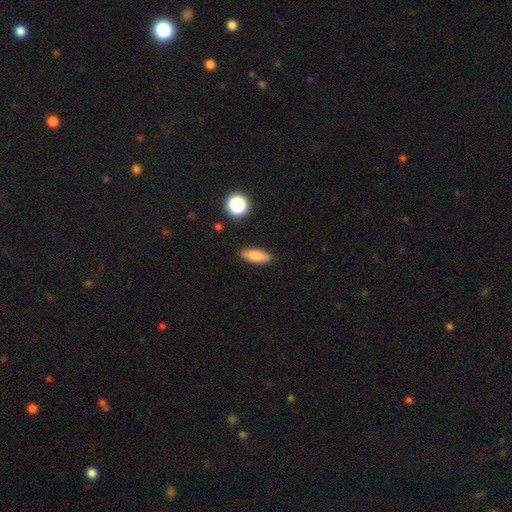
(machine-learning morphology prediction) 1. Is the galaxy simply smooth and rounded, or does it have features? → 83% smooth, 8% star or artifact, 8% featured or disk.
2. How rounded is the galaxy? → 68% in between, 29% cigar-shaped, 4% round.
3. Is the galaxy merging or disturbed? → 87% none, 9% minor disturbance, 2% major disturbance, 2% merger.